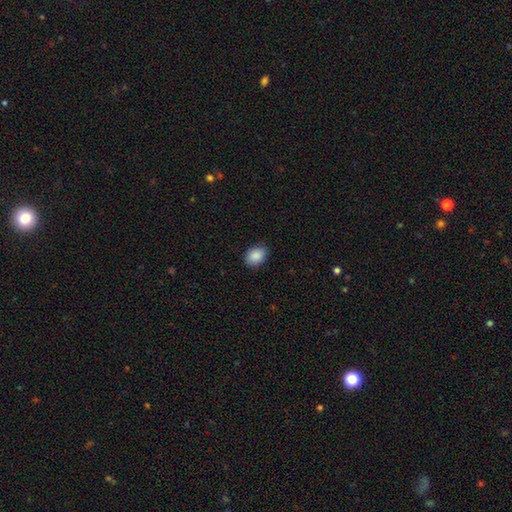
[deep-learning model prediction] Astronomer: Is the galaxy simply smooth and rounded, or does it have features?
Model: smooth — 89%.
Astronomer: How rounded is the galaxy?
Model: in between — 69%.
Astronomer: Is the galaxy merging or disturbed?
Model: none — 84%.